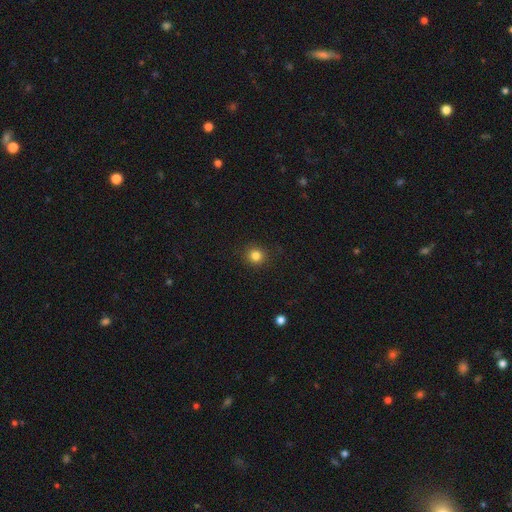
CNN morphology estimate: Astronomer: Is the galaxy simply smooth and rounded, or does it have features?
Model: smooth — 83%.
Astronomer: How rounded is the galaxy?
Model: round — 92%.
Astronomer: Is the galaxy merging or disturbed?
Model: none — 90%.